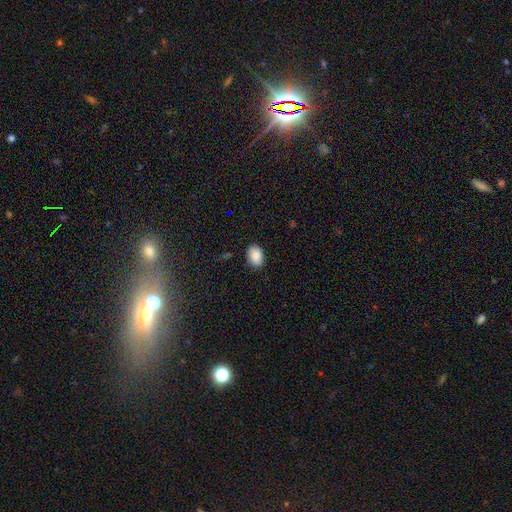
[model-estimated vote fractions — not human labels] Smooth or featured? Predicted: smooth (p=0.87). How rounded? Predicted: in between (p=0.82). Merging? Predicted: none (p=0.86).